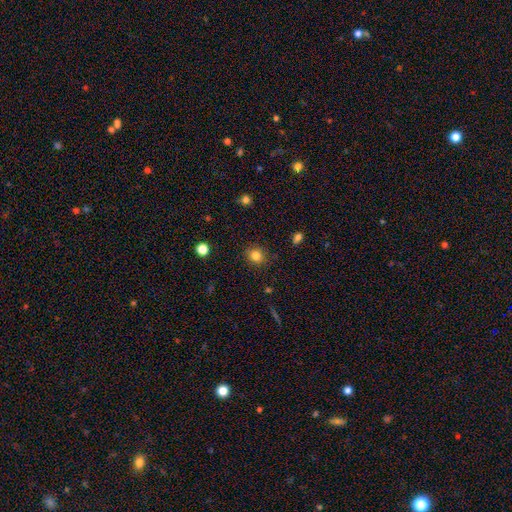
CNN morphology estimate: This is clearly a smooth galaxy (82%). How rounded: likely round (80%). Merging: clearly none (86%).